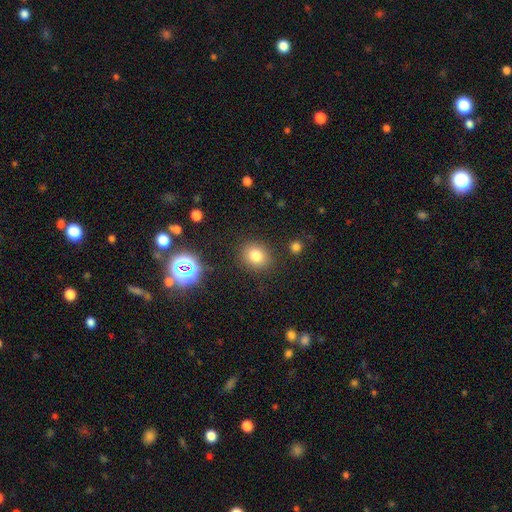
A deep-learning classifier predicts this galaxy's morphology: A smooth galaxy with no disk features (79%) that is round (72%). Merging: none (85%).